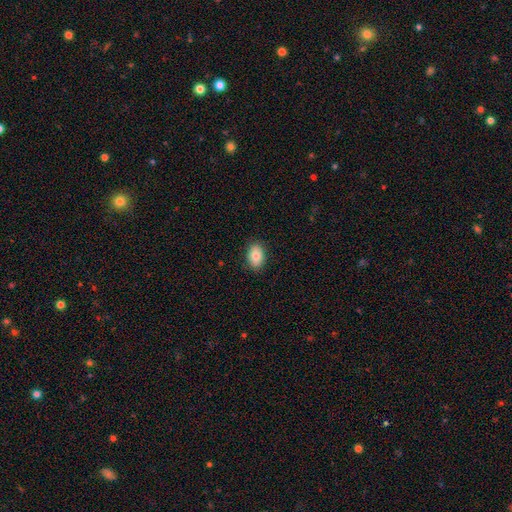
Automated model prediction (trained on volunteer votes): Smooth or featured? smooth (83%)
How rounded? in between (84%)
Merging? none (88%)